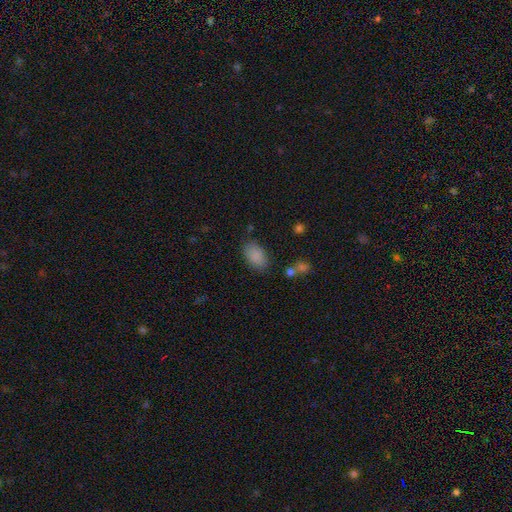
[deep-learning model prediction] Q: Smooth or featured?
A: smooth (87%); runner-up: star or artifact (8%)
Q: How rounded?
A: in between (91%); runner-up: round (8%)
Q: Merging?
A: none (79%); runner-up: minor disturbance (14%)